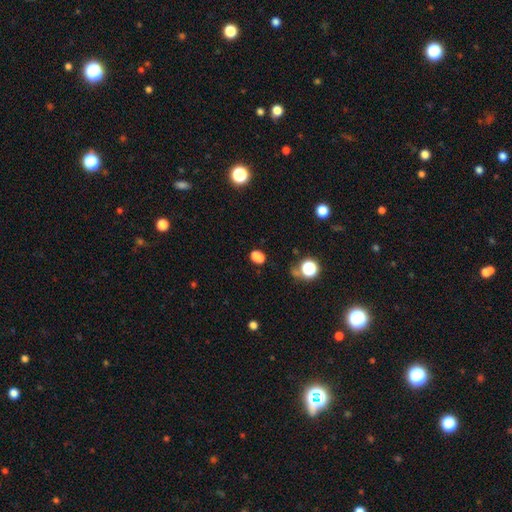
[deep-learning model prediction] Overall: smooth (70%). How rounded: in between (61%; round 37%). Merging: none (52%; merger 28%).